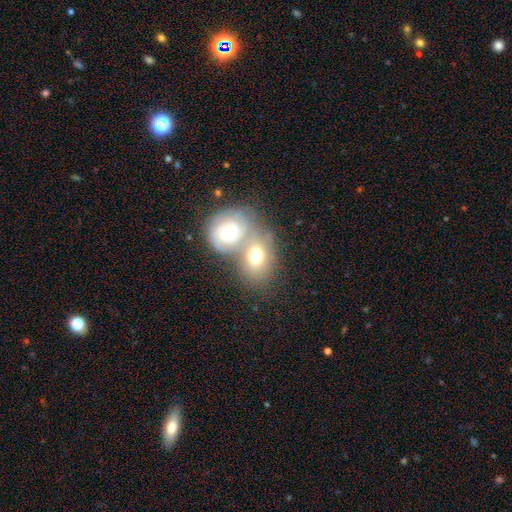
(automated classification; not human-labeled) Overall: smooth (51%; featured or disk 41%). How rounded: in between (59%; round 39%). Merging: merger (60%; none 27%).